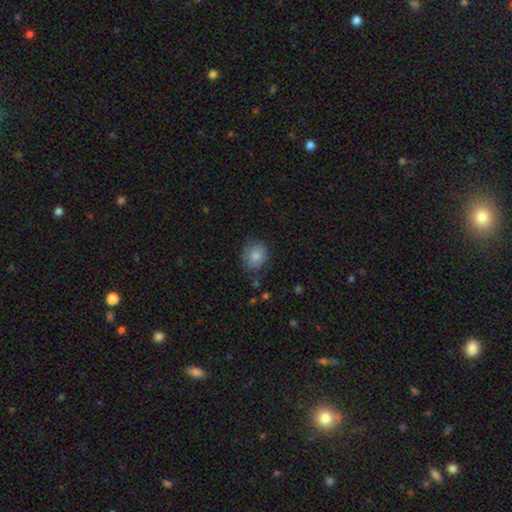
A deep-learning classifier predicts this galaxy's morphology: Smooth or featured: smooth — 83% (featured or disk — 9%)
How rounded: round — 66% (in between — 33%)
Merging: none — 77% (minor disturbance — 18%)